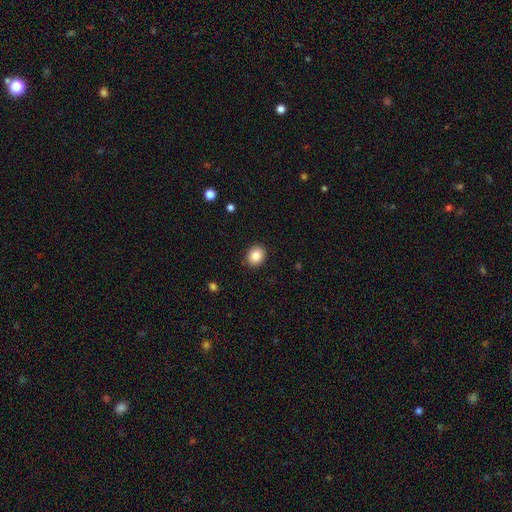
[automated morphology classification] Q: Smooth or featured?
A: smooth (85%); runner-up: star or artifact (9%)
Q: How rounded?
A: round (64%); runner-up: in between (35%)
Q: Merging?
A: none (90%); runner-up: minor disturbance (7%)